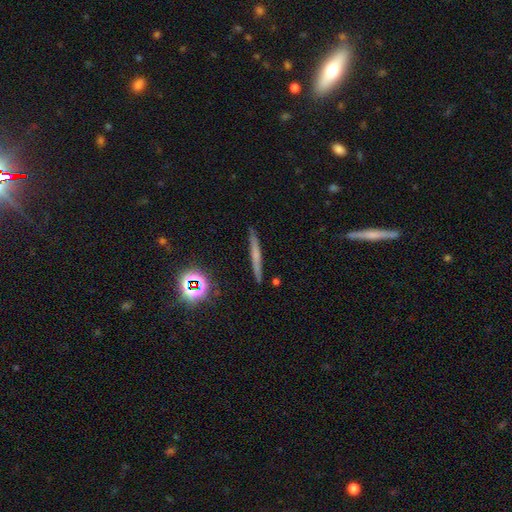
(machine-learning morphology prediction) Q: Smooth or featured?
A: smooth (45%); runner-up: featured or disk (41%)
Q: Merging?
A: none (88%); runner-up: minor disturbance (8%)